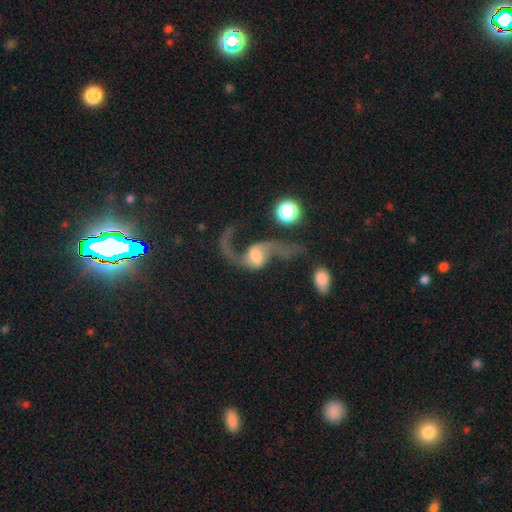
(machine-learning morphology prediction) Smooth or featured: featured or disk — 86% (smooth — 8%)
Edge-on disk: no — 96% (yes — 4%)
Bar: weak — 43% (no — 37%)
Spiral arms: yes — 95% (no — 5%)
Spiral winding: loose — 91% (medium — 7%)
Spiral arm count: 2 — 91% (1 — 4%)
Bulge size: moderate — 42% (small — 23%)
Merging: none — 48% (major disturbance — 26%)